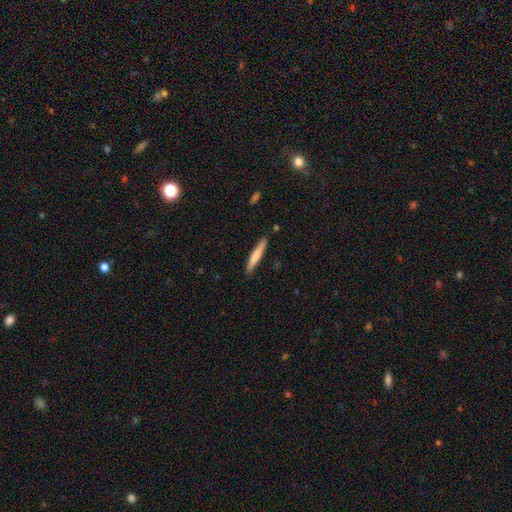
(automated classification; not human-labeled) A smooth galaxy with no disk features (70%) that is cigar-shaped (94%).

Vote fractions:
- Smooth or featured? smooth: 70% / featured or disk: 25% / star or artifact: 5%
- How rounded? cigar-shaped: 94% / in between: 5% / round: 1%
- Merging? none: 88% / minor disturbance: 9% / major disturbance: 2% / merger: 2%